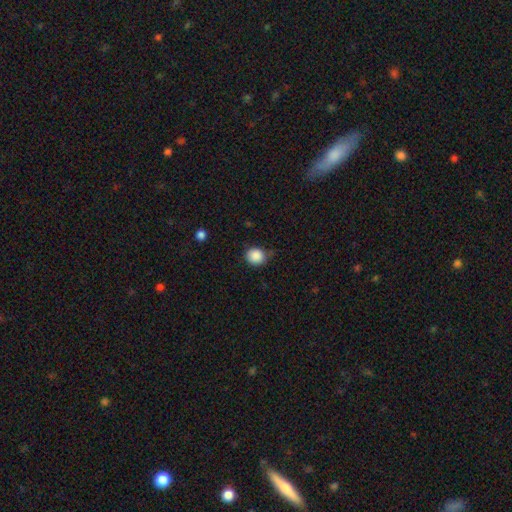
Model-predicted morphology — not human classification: The model was most divided on "merging": none: 70%, minor disturbance: 23%, major disturbance: 5%, merger: 2%. More confident: smooth or featured — smooth (88%); how rounded — round (79%).